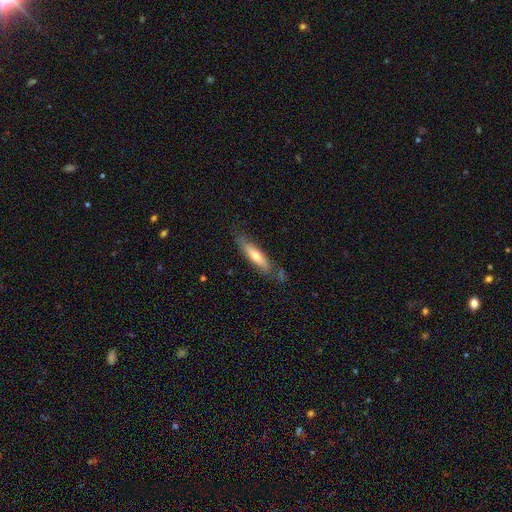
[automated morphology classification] smooth-or-featured: smooth: 56% | featured or disk: 38% | star or artifact: 6%
  how-rounded: cigar-shaped: 80% | in between: 19% | round: 1%
  merging: none: 74% | minor disturbance: 18% | merger: 4% | major disturbance: 4%